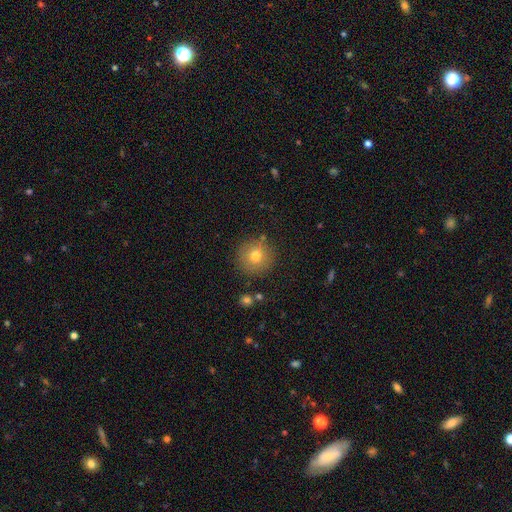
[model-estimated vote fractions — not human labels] Smooth or featured: smooth — 75% (featured or disk — 12%)
How rounded: round — 94% (in between — 5%)
Merging: none — 85% (minor disturbance — 9%)